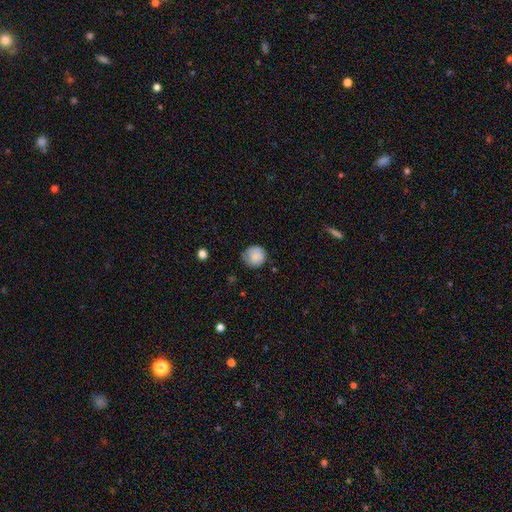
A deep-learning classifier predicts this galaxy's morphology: This appears to be a smooth galaxy with no disk features (79%) that is round (90%). Merging: none (67%).